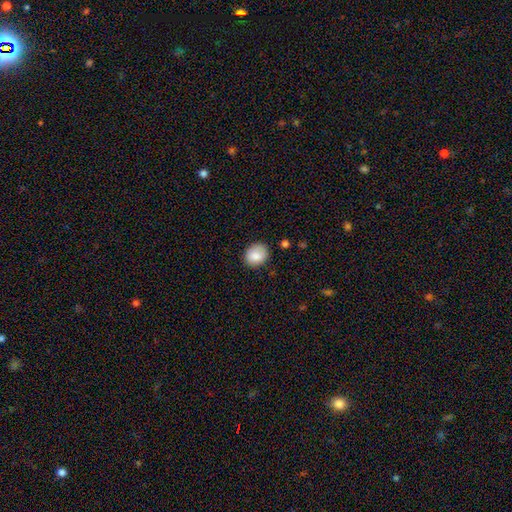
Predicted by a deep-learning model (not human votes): This appears to be a smooth galaxy with no disk features (85%) that is round (58%). Merging: none (78%).